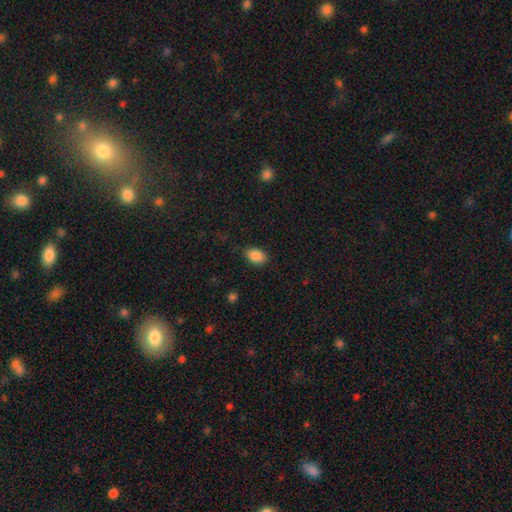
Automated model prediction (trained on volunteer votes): This is clearly a smooth galaxy (88%). How rounded: clearly in between (86%). Merging: clearly none (81%).